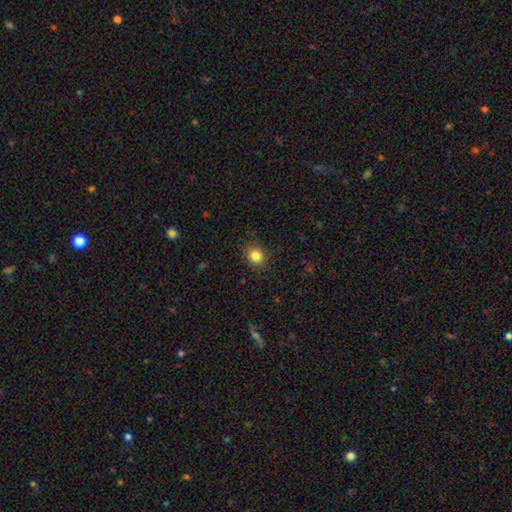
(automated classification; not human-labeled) smooth_or_featured: smooth (p=0.84) [alt: star or artifact p=0.11]
how_rounded: round (p=0.69) [alt: in between p=0.30]
merging: none (p=0.89) [alt: minor disturbance p=0.08]